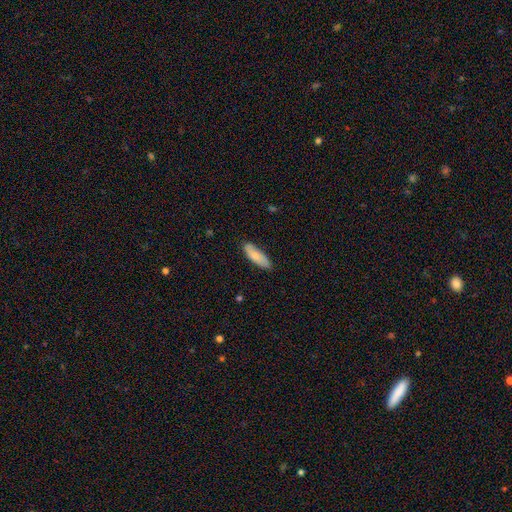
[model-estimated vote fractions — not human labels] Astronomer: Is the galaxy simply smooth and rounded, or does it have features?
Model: smooth — 78%.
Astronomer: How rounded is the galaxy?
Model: in between — 58% (runner-up: cigar-shaped, 40%).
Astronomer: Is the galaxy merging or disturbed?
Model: none — 78%.